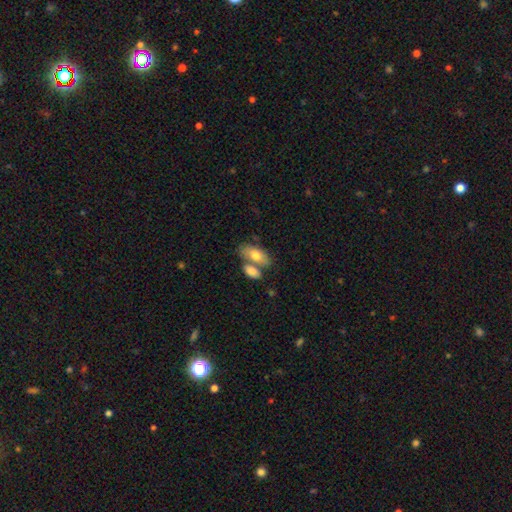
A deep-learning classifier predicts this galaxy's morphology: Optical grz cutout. It shows a smooth galaxy with no disk features (74%) that is in between round and cigar-shaped (89%). Merging: merger (43%, tied with none).